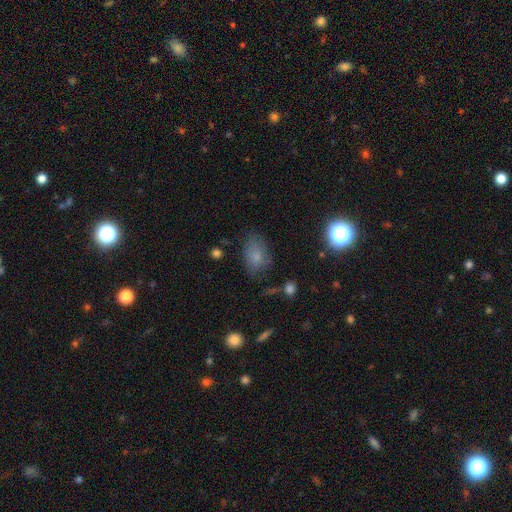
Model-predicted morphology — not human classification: A smooth galaxy with no disk features (76%) that is in between round and cigar-shaped (83%). Merging: none (66%).